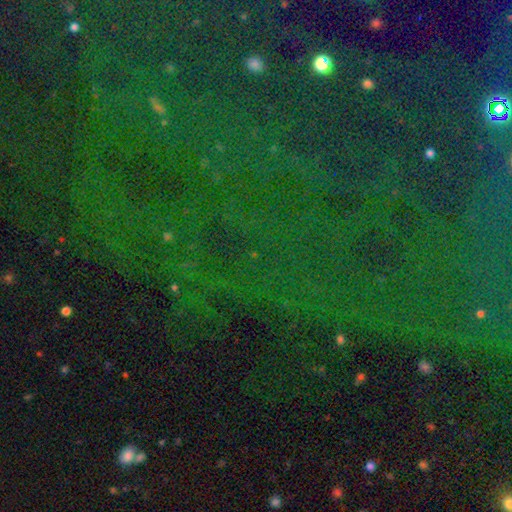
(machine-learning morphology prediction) Smooth or featured?
  - star or artifact: 82% *
  - smooth: 10%
  - featured or disk: 9%